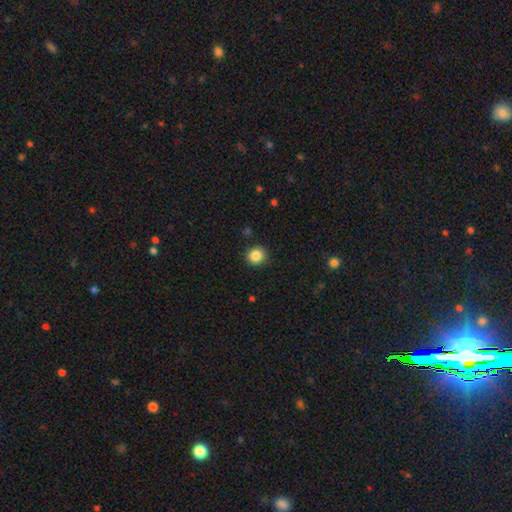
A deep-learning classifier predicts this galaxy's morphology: smooth-or-featured: smooth: 85% | star or artifact: 10% | featured or disk: 4%
  how-rounded: round: 88% | in between: 11% | cigar-shaped: 1%
  merging: none: 90% | minor disturbance: 6% | major disturbance: 2% | merger: 1%